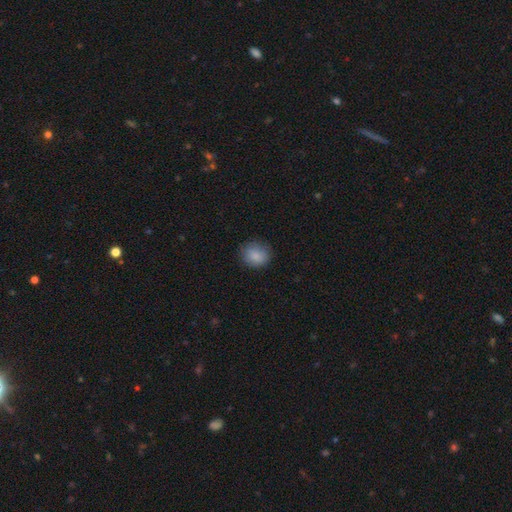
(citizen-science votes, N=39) Smooth or featured? smooth (97%)
How rounded? round (82%)
Merging? none (82%)